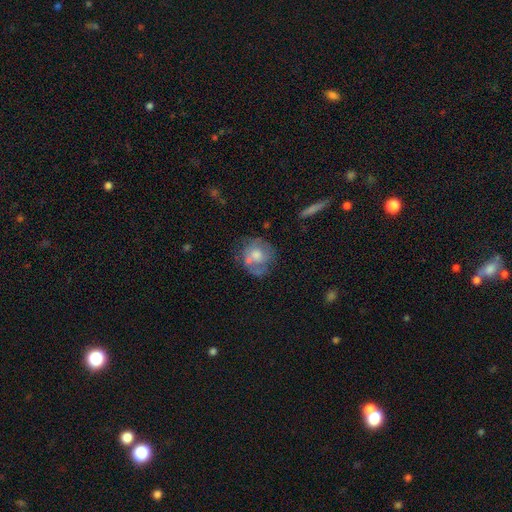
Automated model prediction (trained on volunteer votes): Smooth or featured? smooth (49%)
Merging? none (51%)